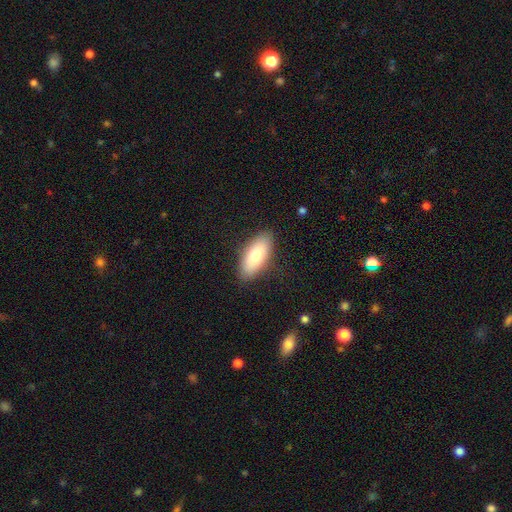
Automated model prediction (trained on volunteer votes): Smooth or featured? Predicted: smooth (p=0.78). How rounded? Predicted: in between (p=0.83). Merging? Predicted: none (p=0.87).